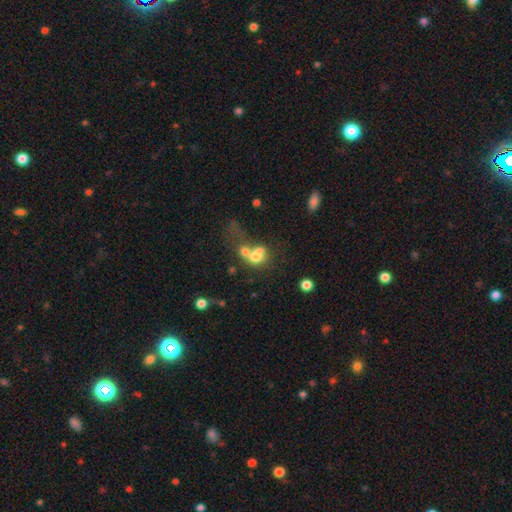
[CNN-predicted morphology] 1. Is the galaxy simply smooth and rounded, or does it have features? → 63% smooth, 24% featured or disk, 13% star or artifact.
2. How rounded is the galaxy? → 52% in between, 46% round, 2% cigar-shaped.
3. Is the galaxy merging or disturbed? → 61% merger, 16% none, 15% major disturbance, 8% minor disturbance.